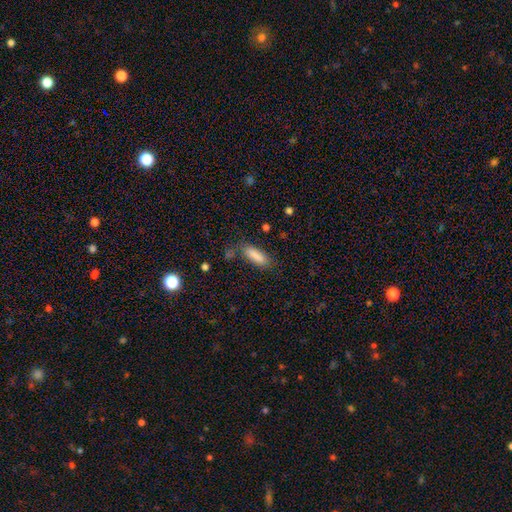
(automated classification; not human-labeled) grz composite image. It shows a smooth galaxy with no disk features (87%) that is in between round and cigar-shaped (58%). Merging: none (76%).